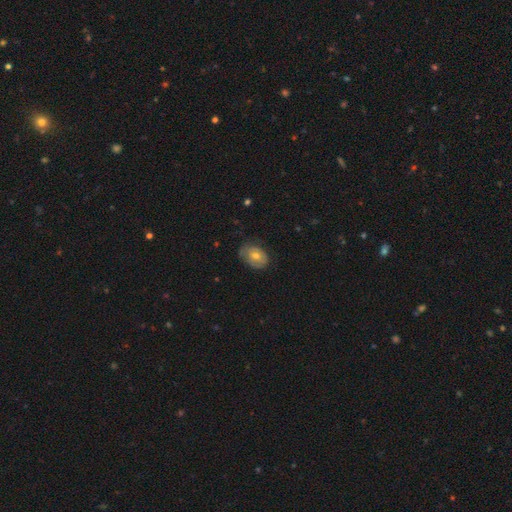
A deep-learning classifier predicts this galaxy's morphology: Q: Smooth or featured?
A: smooth (50%); runner-up: featured or disk (41%)
Q: Merging?
A: none (68%); runner-up: minor disturbance (24%)